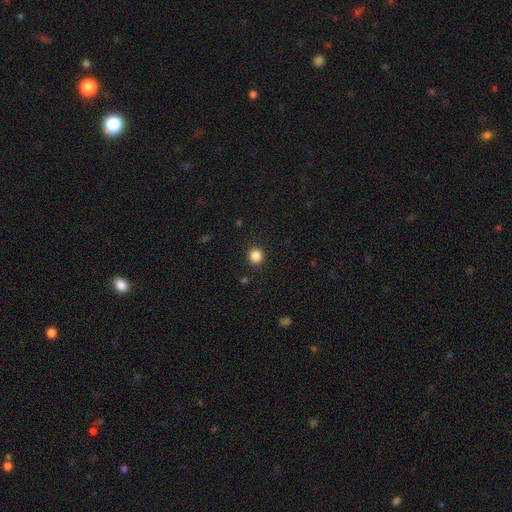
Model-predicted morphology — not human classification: Smooth or featured?
  - smooth: 85% *
  - star or artifact: 11%
  - featured or disk: 4%
How rounded?
  - round: 89% *
  - in between: 10%
  - cigar-shaped: 1%
Merging?
  - none: 91% *
  - minor disturbance: 6%
  - major disturbance: 2%
  - merger: 1%